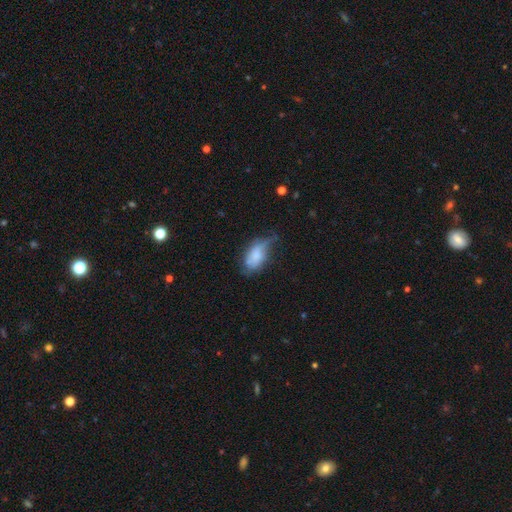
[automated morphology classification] The model was most divided on "merging": minor disturbance: 40%, none: 34%, major disturbance: 22%, merger: 4%. More confident: how rounded — in between (90%); smooth or featured — smooth (67%).